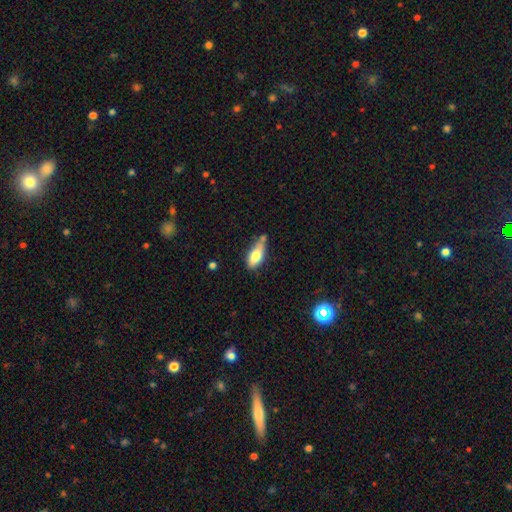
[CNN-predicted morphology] A smooth galaxy with no disk features (73%) that is in between round and cigar-shaped (81%).

Vote fractions:
- Smooth or featured? smooth: 73% / featured or disk: 20% / star or artifact: 7%
- How rounded? in between: 81% / cigar-shaped: 16% / round: 3%
- Merging? none: 45% / minor disturbance: 29% / merger: 18% / major disturbance: 8%